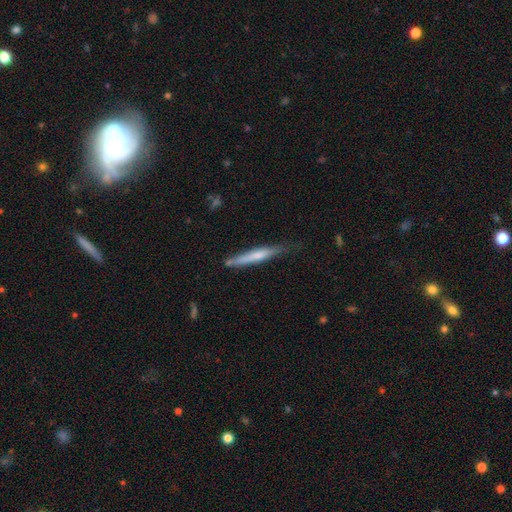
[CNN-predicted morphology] This is possibly a smooth galaxy (55%). How rounded: clearly cigar-shaped (94%). Merging: likely none (69%).